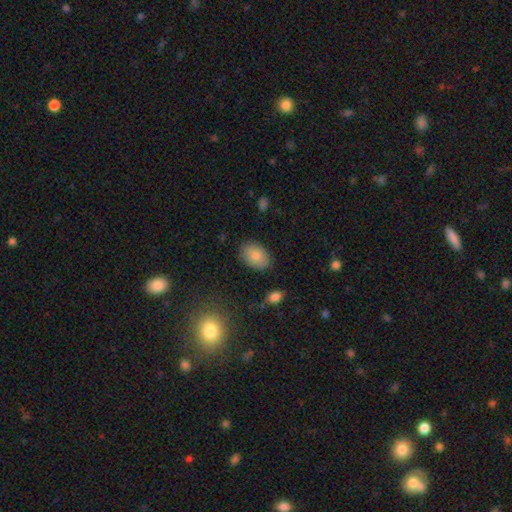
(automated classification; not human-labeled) smooth 83%, featured or disk 9%, star or artifact 8%. Down the decision tree: how rounded — in between (84%); merging — none (85%).